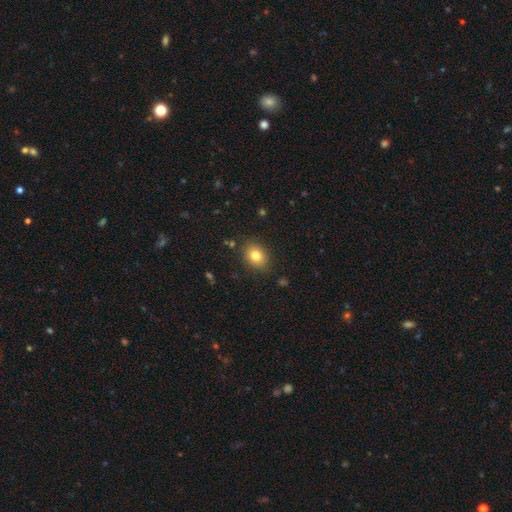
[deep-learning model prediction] Overall: smooth (81%). How rounded: in between (55%; round 44%). Merging: none (86%).